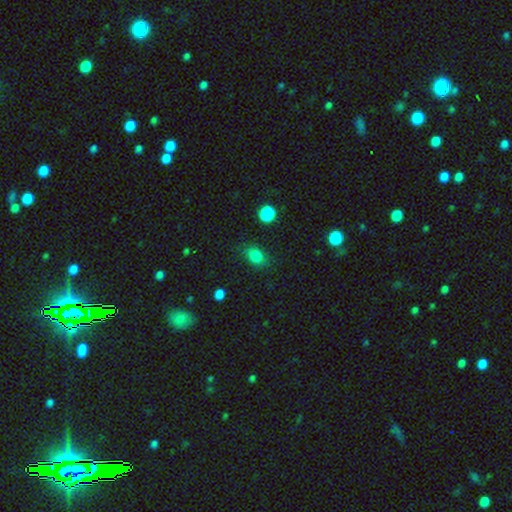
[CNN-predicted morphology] Smooth or featured: smooth — 82% (star or artifact — 13%)
How rounded: in between — 59% (round — 40%)
Merging: none — 75% (minor disturbance — 18%)